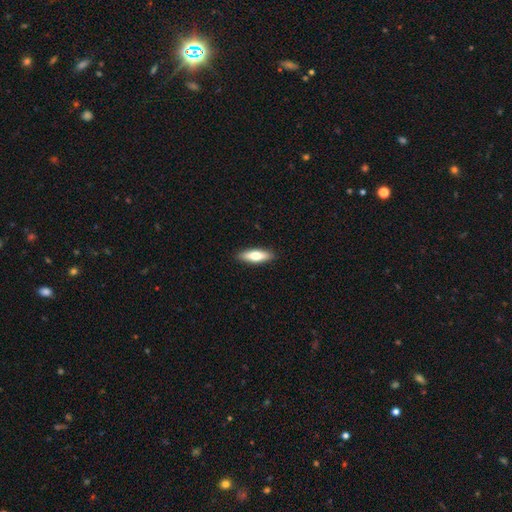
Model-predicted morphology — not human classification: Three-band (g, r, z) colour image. It shows a smooth galaxy with no disk features (69%) that is in between round and cigar-shaped (50%). Merging: none (90%).